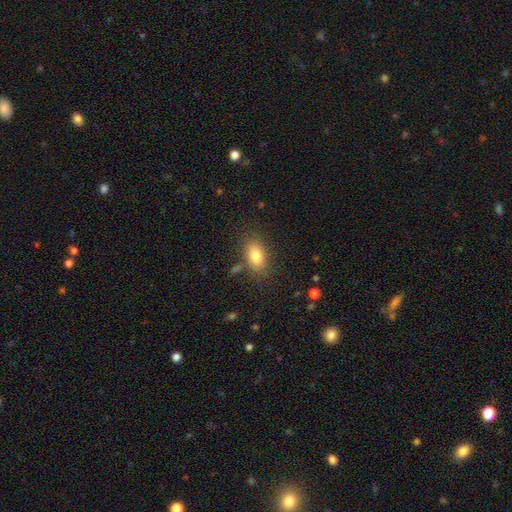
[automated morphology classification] type=smooth (81%); roundness=in between (88%); merging=none (79%).